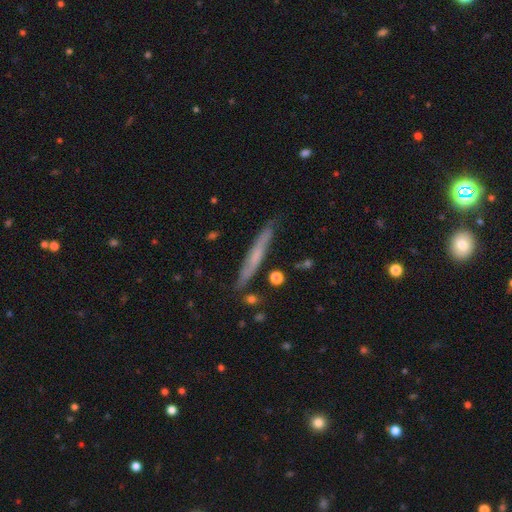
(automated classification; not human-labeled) Overall: featured or disk (47%; smooth 46%). Merging: none (82%).